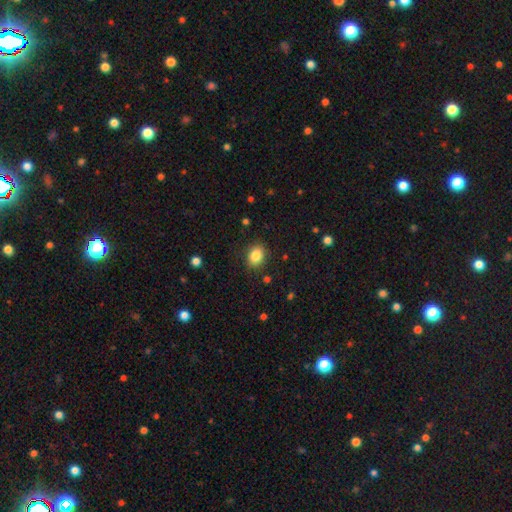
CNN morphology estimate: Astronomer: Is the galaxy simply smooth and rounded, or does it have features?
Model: smooth — 85%.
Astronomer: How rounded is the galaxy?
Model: in between — 58% (runner-up: round, 41%).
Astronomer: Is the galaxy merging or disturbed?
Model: none — 87%.